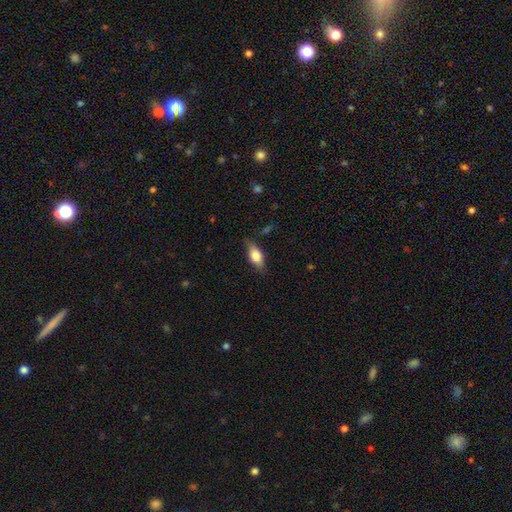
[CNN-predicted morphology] Smooth or featured: smooth — 69% (featured or disk — 24%)
How rounded: in between — 81% (cigar-shaped — 15%)
Merging: none — 75% (minor disturbance — 20%)